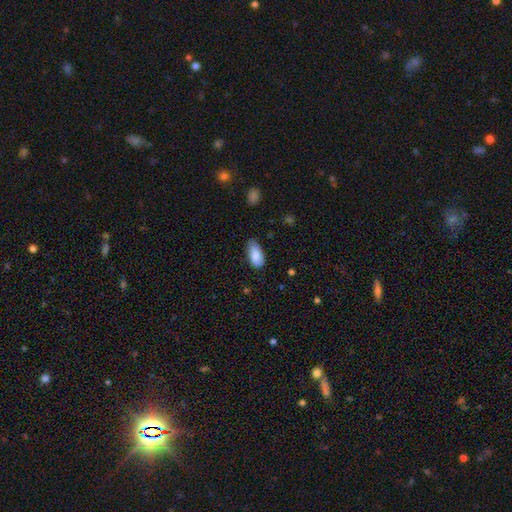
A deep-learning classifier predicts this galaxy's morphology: smooth_or_featured: smooth (p=0.85) [alt: featured or disk p=0.08]
how_rounded: in between (p=0.91) [alt: cigar-shaped p=0.07]
merging: none (p=0.59) [alt: minor disturbance p=0.33]